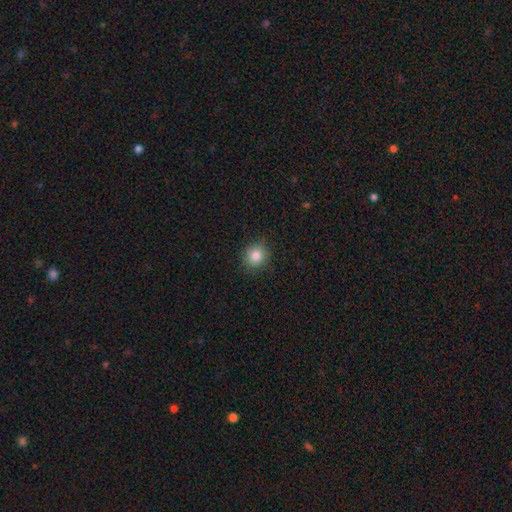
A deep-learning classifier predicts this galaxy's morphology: type=smooth (83%); roundness=round (86%); merging=none (88%).